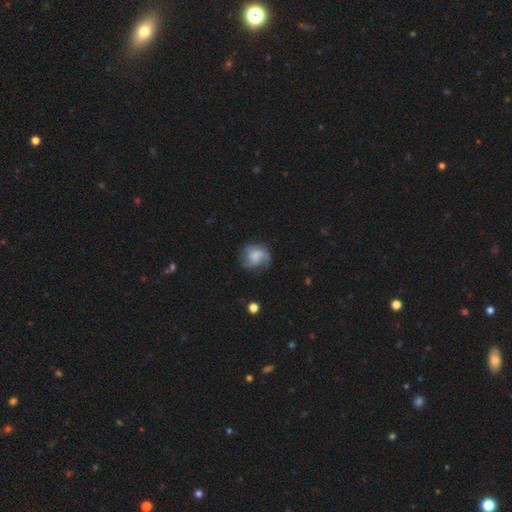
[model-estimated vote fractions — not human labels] Overall: featured or disk (52%; smooth 40%). Edge-on disk: no (98%). Bar: no (67%; weak 29%). Spiral arms: yes (86%). Bulge size: small (32%; none 29%). Merging: none (58%; minor disturbance 24%).